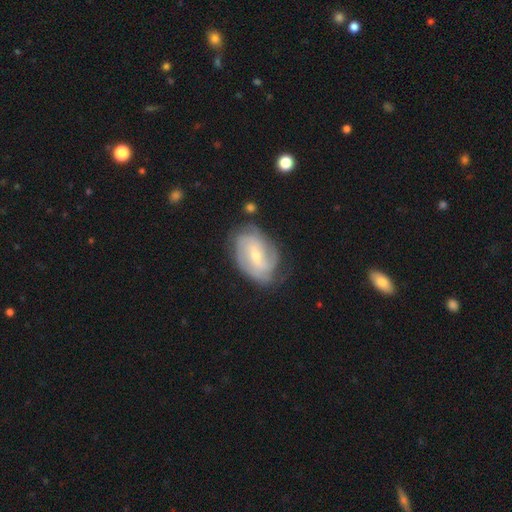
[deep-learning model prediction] Smooth or featured? featured or disk (80%)
Edge-on disk? no (97%)
Bar? weak (53%)
Spiral arms? yes (93%)
Spiral winding? tight (54%)
Spiral arm count? 2 (34%)
Bulge size? small (57%)
Merging? none (69%)